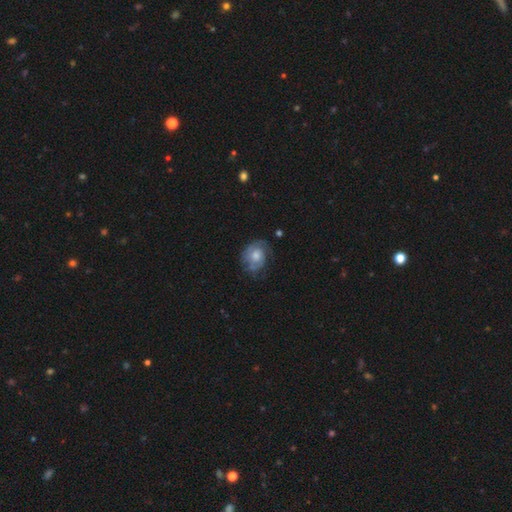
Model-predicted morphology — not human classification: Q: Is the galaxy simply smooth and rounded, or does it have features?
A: featured or disk — 58%.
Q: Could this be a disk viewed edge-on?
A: no — 97%.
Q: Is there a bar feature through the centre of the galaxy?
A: no — 78%.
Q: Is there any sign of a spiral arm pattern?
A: yes — 80%.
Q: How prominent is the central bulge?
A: moderate — 53%.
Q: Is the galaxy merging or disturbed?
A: none — 58%.